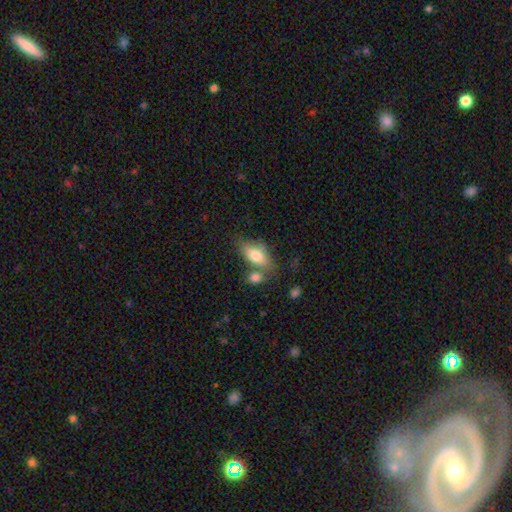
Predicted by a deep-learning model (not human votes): Overall: smooth (72%). How rounded: in between (85%). Merging: none (49%; merger 25%).